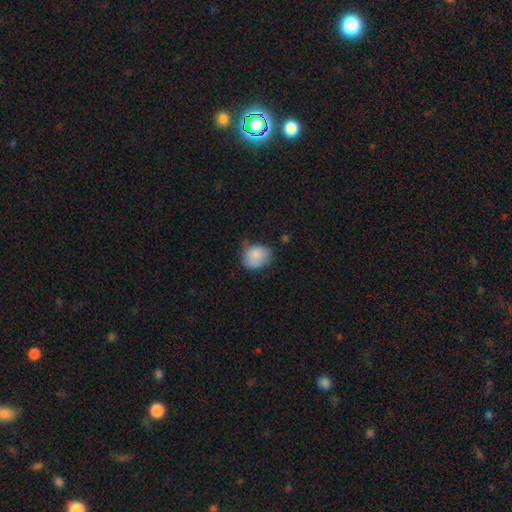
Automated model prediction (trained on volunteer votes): Smooth or featured? smooth (84%)
How rounded? round (54%)
Merging? none (46%)